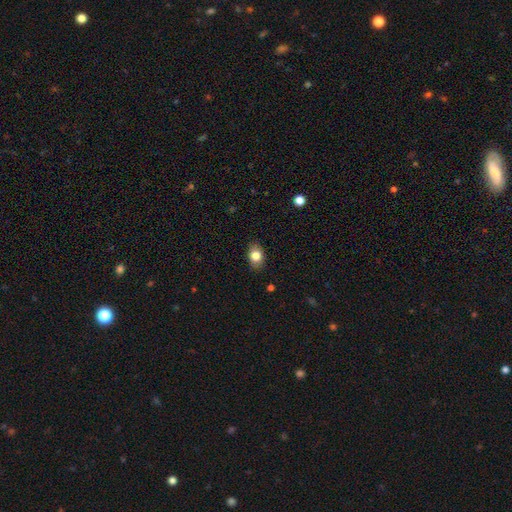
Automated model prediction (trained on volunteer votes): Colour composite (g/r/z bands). It shows a smooth galaxy with no disk features (81%) that is in between round and cigar-shaped (73%). Merging: none (87%).